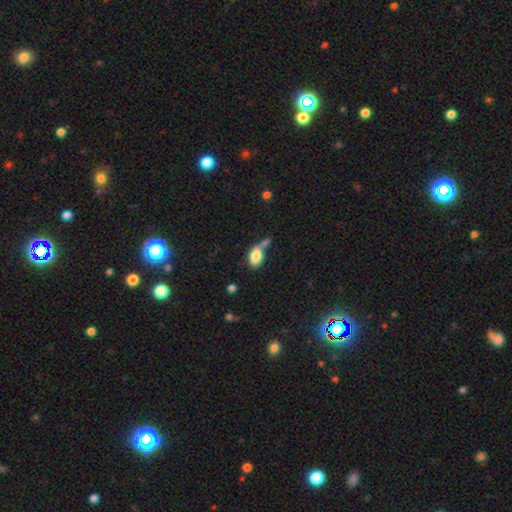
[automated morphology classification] smooth 82%, featured or disk 10%, star or artifact 8%. Down the decision tree: how rounded — in between (89%); merging — none (41%).